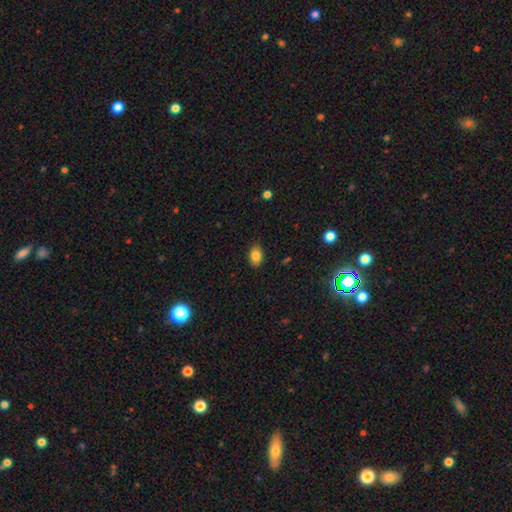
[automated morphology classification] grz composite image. It shows a smooth galaxy with no disk features (84%) that is in between round and cigar-shaped (83%). Merging: none (86%).